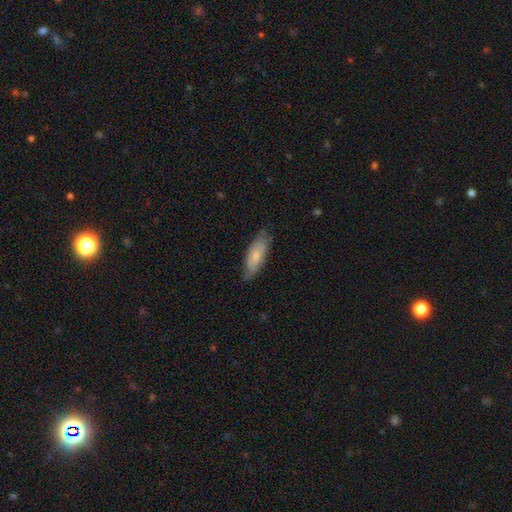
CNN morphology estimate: Q: Smooth or featured?
A: smooth (70%); runner-up: featured or disk (24%)
Q: How rounded?
A: in between (68%); runner-up: cigar-shaped (30%)
Q: Merging?
A: none (70%); runner-up: minor disturbance (25%)